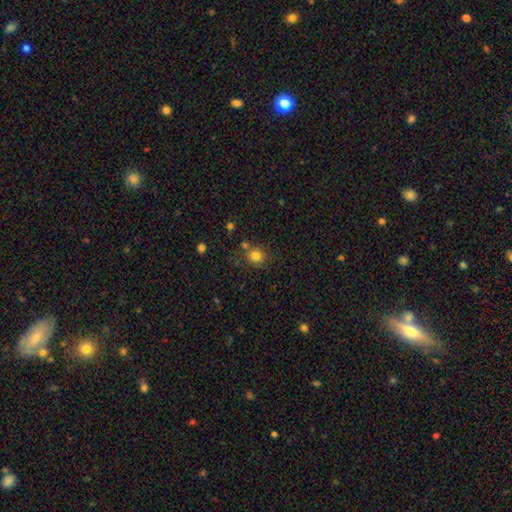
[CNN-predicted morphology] Smooth or featured?
  - smooth: 81% *
  - star or artifact: 13%
  - featured or disk: 7%
How rounded?
  - round: 84% *
  - in between: 15%
  - cigar-shaped: 1%
Merging?
  - none: 69% *
  - merger: 14%
  - minor disturbance: 13%
  - major disturbance: 4%